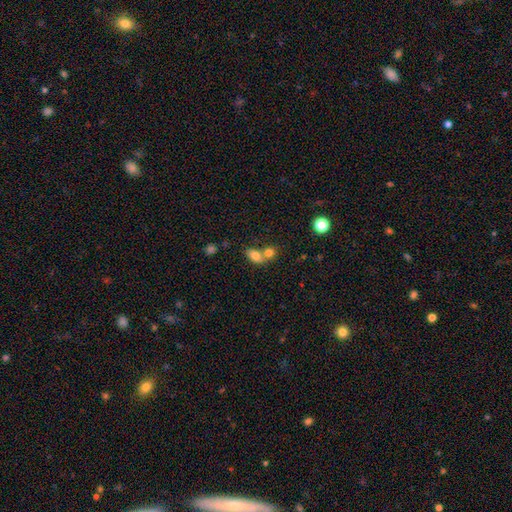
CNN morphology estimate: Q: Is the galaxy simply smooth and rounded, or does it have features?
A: smooth — 77%.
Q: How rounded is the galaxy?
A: in between — 79%.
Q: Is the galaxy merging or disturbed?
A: merger — 55%.